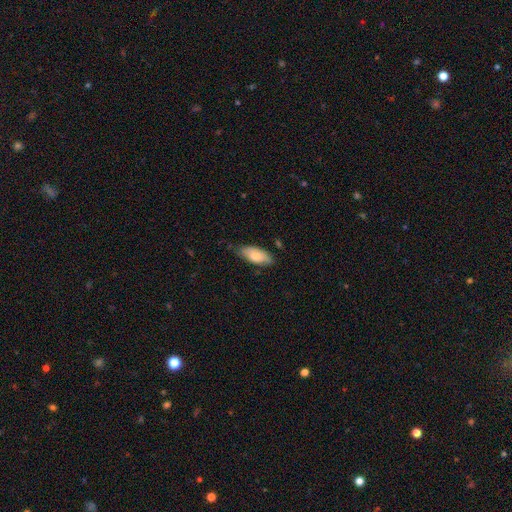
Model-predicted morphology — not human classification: Smooth or featured? Predicted: smooth (p=0.79). How rounded? Predicted: in between (p=0.86). Merging? Predicted: none (p=0.71).